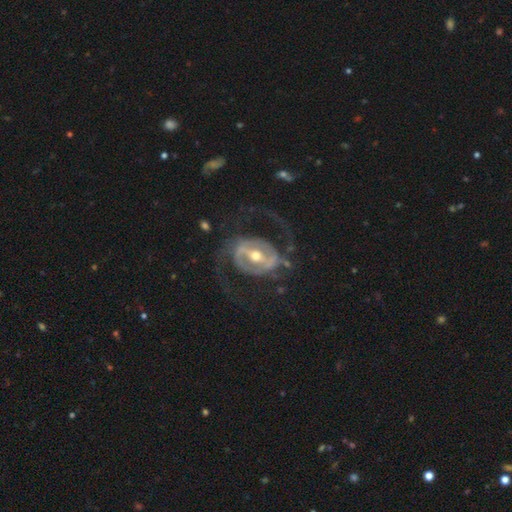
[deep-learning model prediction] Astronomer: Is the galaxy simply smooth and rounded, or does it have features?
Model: featured or disk — 89%.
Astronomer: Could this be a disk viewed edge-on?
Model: no — 96%.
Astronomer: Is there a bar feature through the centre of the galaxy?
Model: strong — 62%.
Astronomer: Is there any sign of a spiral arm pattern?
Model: yes — 86%.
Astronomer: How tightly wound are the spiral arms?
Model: medium — 46% (runner-up: loose, 34%).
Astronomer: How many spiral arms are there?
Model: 2 — 85%.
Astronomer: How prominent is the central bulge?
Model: moderate — 69%.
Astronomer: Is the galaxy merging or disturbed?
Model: none — 63%.